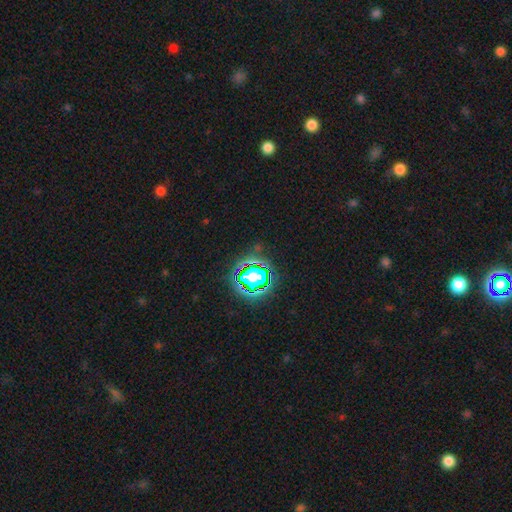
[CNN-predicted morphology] smooth_or_featured: star or artifact (p=0.77) [alt: smooth p=0.15]